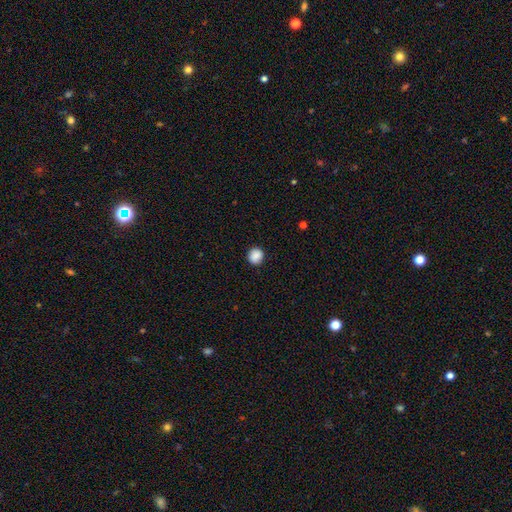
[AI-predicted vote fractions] Smooth or featured?
  - smooth: 88% *
  - star or artifact: 9%
  - featured or disk: 3%
How rounded?
  - round: 88% *
  - in between: 11%
  - cigar-shaped: 1%
Merging?
  - none: 90% *
  - minor disturbance: 7%
  - major disturbance: 2%
  - merger: 1%